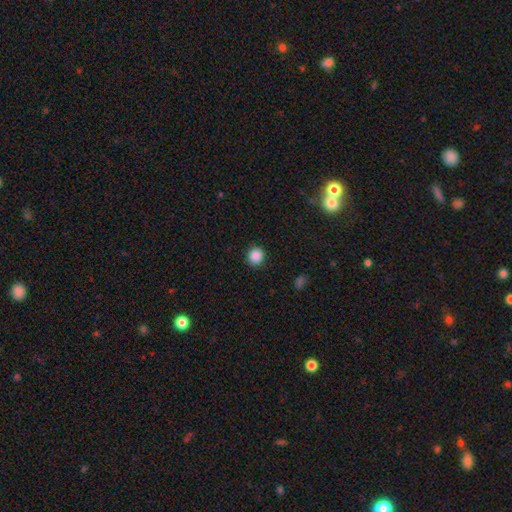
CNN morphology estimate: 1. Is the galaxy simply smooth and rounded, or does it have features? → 87% smooth, 10% star or artifact, 3% featured or disk.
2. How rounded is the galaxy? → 88% round, 11% in between, 1% cigar-shaped.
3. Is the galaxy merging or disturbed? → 91% none, 6% minor disturbance, 2% major disturbance, 1% merger.